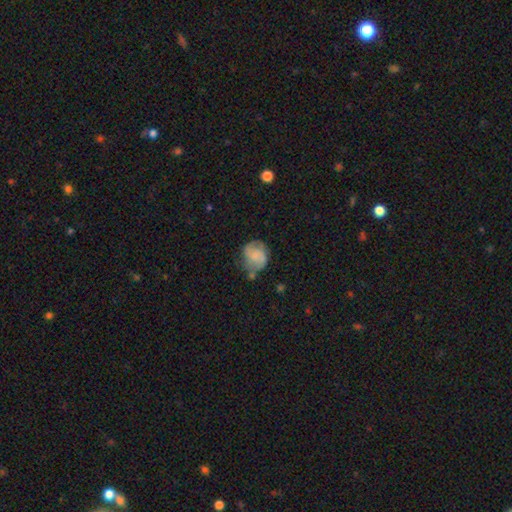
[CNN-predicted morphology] Overall: featured or disk (47%; smooth 45%). Merging: none (51%; minor disturbance 29%).